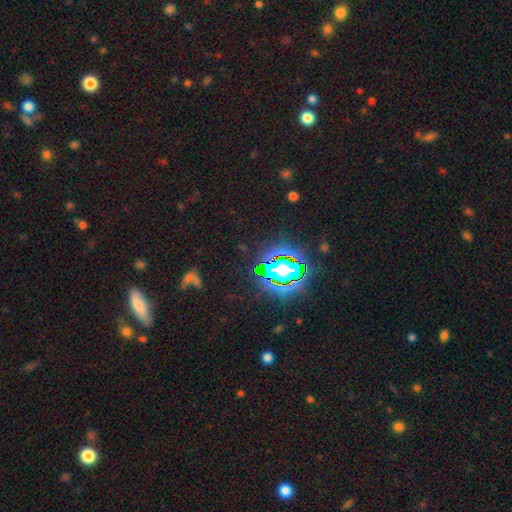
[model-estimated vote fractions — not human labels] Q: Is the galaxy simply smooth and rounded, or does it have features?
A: star or artifact — 81%.